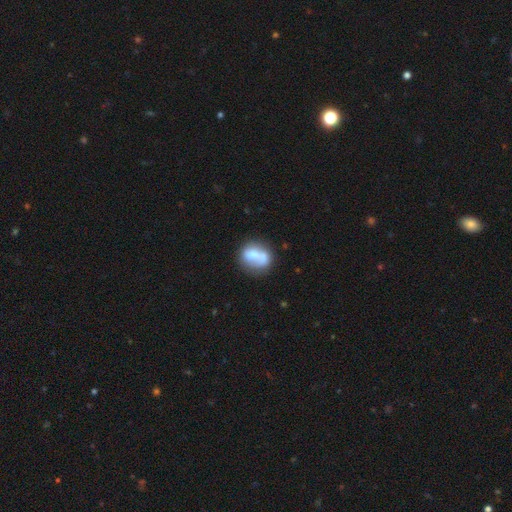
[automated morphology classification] Q: Smooth or featured?
A: smooth (64%); runner-up: featured or disk (28%)
Q: How rounded?
A: round (49%); runner-up: in between (48%)
Q: Merging?
A: none (40%); runner-up: merger (30%)